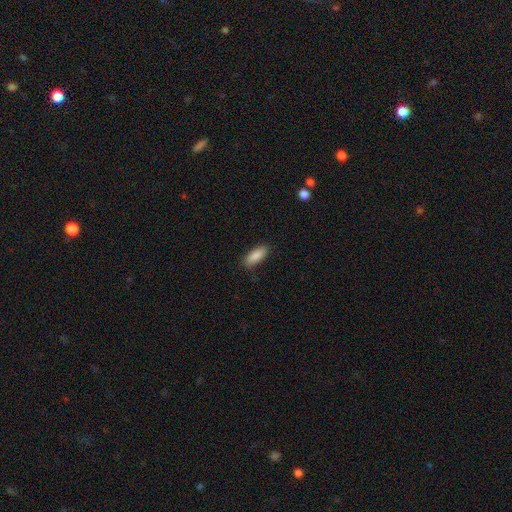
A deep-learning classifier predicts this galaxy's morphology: Q: Smooth or featured?
A: smooth (88%); runner-up: star or artifact (6%)
Q: How rounded?
A: in between (73%); runner-up: cigar-shaped (25%)
Q: Merging?
A: none (86%); runner-up: minor disturbance (10%)